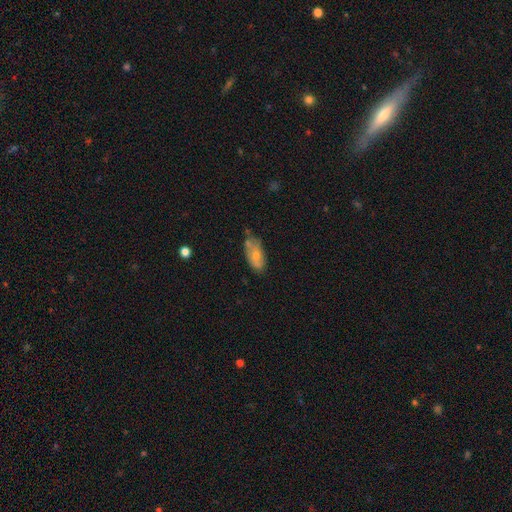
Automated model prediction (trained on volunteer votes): smooth-or-featured: smooth: 52% | featured or disk: 39% | star or artifact: 9%
  how-rounded: in between: 85% | cigar-shaped: 12% | round: 4%
  merging: none: 57% | minor disturbance: 30% | major disturbance: 7% | merger: 6%